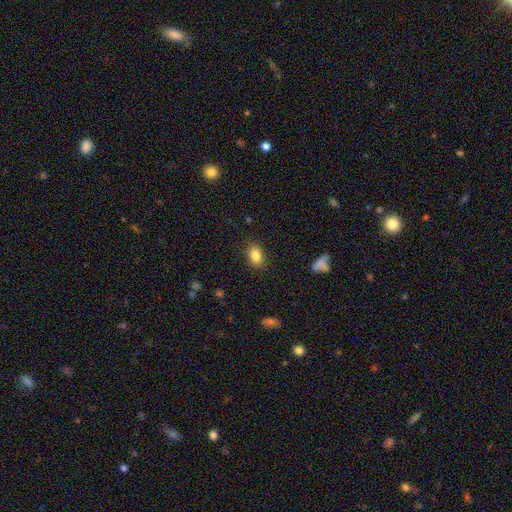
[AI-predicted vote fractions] smooth_or_featured: smooth (p=0.84) [alt: star or artifact p=0.09]
how_rounded: in between (p=0.79) [alt: round p=0.19]
merging: none (p=0.87) [alt: minor disturbance p=0.09]